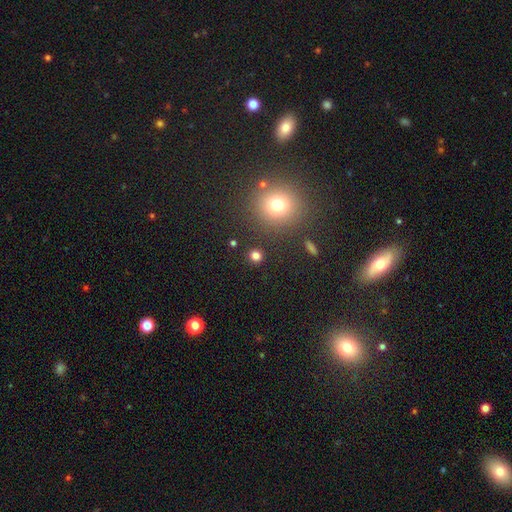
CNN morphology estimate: Smooth or featured?
  - smooth: 78% *
  - star or artifact: 17%
  - featured or disk: 5%
How rounded?
  - round: 90% *
  - in between: 9%
  - cigar-shaped: 1%
Merging?
  - none: 88% *
  - minor disturbance: 6%
  - merger: 3%
  - major disturbance: 3%